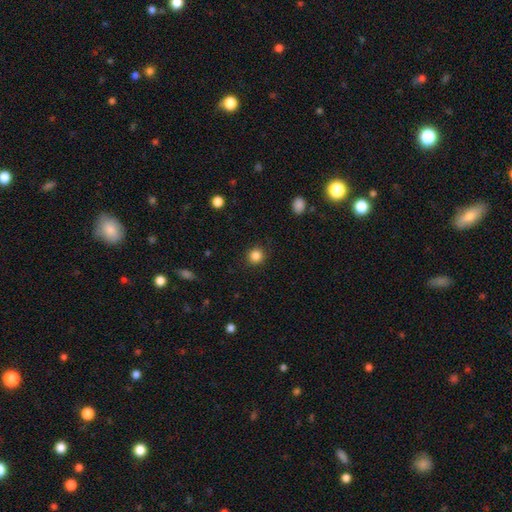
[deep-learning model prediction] A smooth galaxy with no disk features (86%) that is round (92%).

Vote fractions:
- Smooth or featured? smooth: 86% / star or artifact: 11% / featured or disk: 3%
- How rounded? round: 92% / in between: 7% / cigar-shaped: 1%
- Merging? none: 90% / minor disturbance: 6% / major disturbance: 2% / merger: 1%